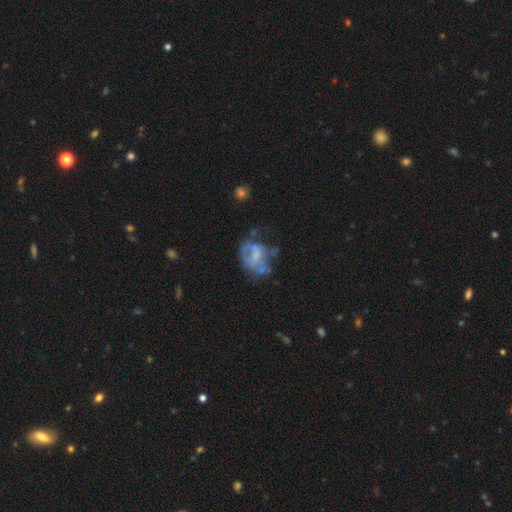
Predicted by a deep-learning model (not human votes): Q: Smooth or featured?
A: featured or disk (55%); runner-up: smooth (33%)
Q: Edge-on disk?
A: no (97%); runner-up: yes (3%)
Q: Bar?
A: no (74%); runner-up: weak (20%)
Q: Spiral arms?
A: no (80%); runner-up: yes (20%)
Q: Bulge size?
A: none (52%); runner-up: small (21%)
Q: Merging?
A: major disturbance (36%); runner-up: none (31%)